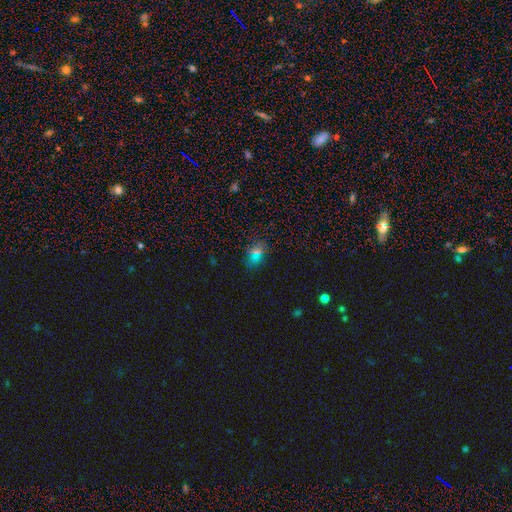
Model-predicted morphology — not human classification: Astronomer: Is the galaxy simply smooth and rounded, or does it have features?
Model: smooth — 61%.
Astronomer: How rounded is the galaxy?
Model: in between — 80%.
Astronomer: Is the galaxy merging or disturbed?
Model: none — 82%.